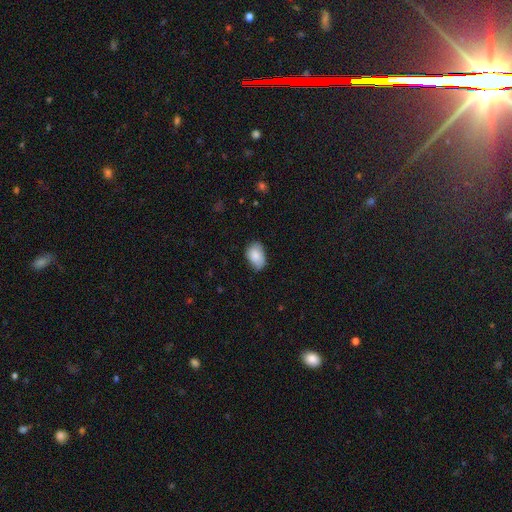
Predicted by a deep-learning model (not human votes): Q: Smooth or featured?
A: smooth (84%); runner-up: featured or disk (9%)
Q: How rounded?
A: in between (88%); runner-up: round (11%)
Q: Merging?
A: none (58%); runner-up: minor disturbance (34%)